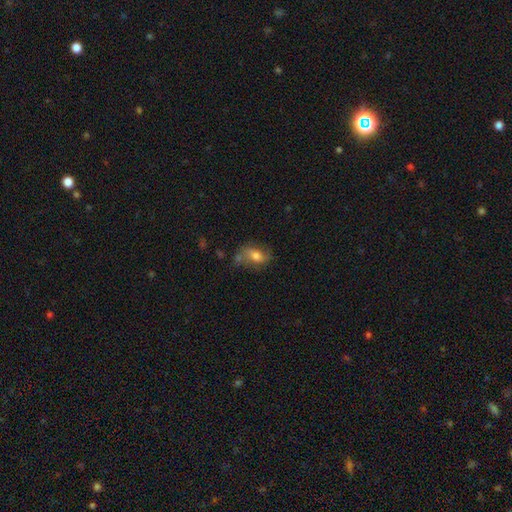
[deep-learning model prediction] smooth-or-featured: smooth: 54% | featured or disk: 37% | star or artifact: 9%
  how-rounded: in between: 81% | round: 15% | cigar-shaped: 4%
  merging: none: 53% | minor disturbance: 26% | major disturbance: 13% | merger: 8%